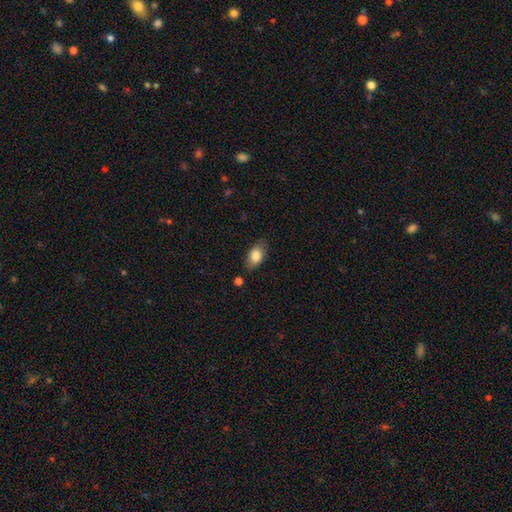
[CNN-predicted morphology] Overall: smooth (82%). How rounded: in between (90%). Merging: none (80%).